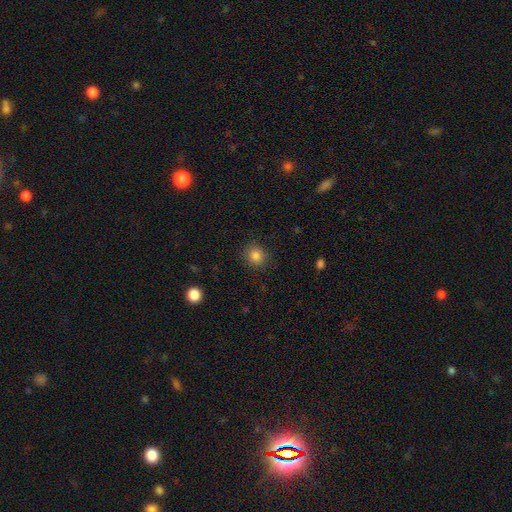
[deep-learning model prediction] Smooth or featured? smooth (84%)
How rounded? round (84%)
Merging? none (89%)